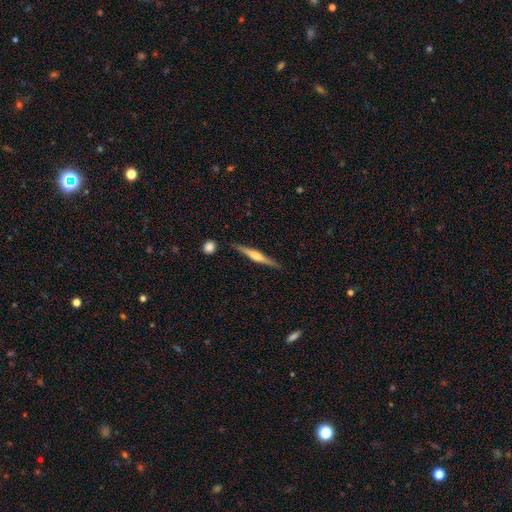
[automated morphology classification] The model was most divided on "smooth or featured": featured or disk: 70%, smooth: 25%, star or artifact: 6%. More confident: edge-on disk — yes (98%); merging — none (87%); edge-on bulge — rounded (82%).